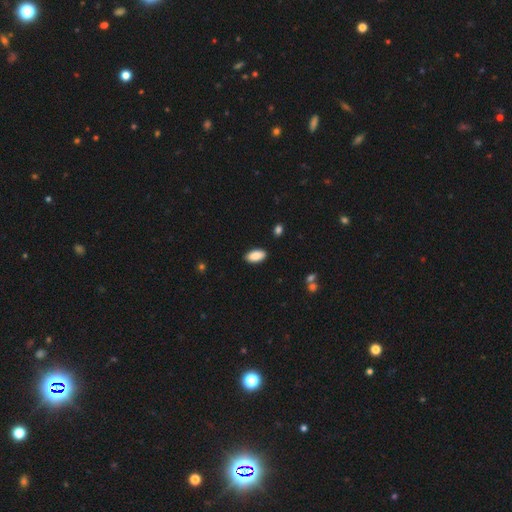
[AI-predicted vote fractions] A smooth galaxy with no disk features (88%) that is in between round and cigar-shaped (93%).

Vote fractions:
- Smooth or featured? smooth: 88% / star or artifact: 7% / featured or disk: 5%
- How rounded? in between: 93% / cigar-shaped: 5% / round: 2%
- Merging? none: 89% / minor disturbance: 8% / major disturbance: 2% / merger: 1%